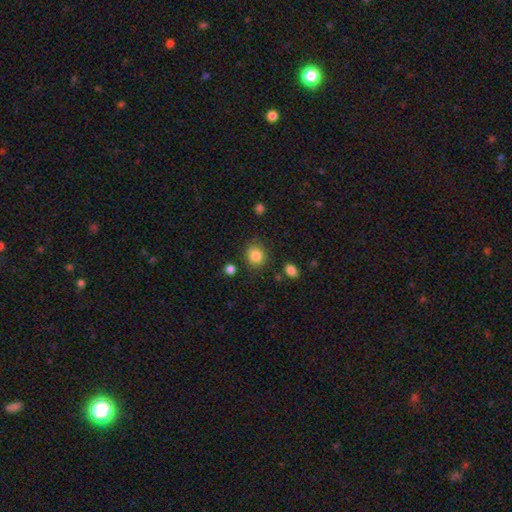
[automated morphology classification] Q: Smooth or featured?
A: smooth (85%); runner-up: star or artifact (10%)
Q: How rounded?
A: round (74%); runner-up: in between (25%)
Q: Merging?
A: none (82%); runner-up: minor disturbance (11%)